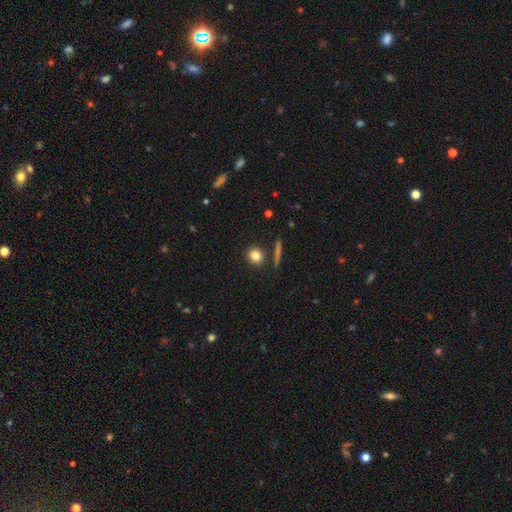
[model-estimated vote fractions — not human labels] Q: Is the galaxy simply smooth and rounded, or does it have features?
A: smooth — 82%.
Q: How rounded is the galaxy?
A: round — 78%.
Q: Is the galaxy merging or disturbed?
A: none — 84%.